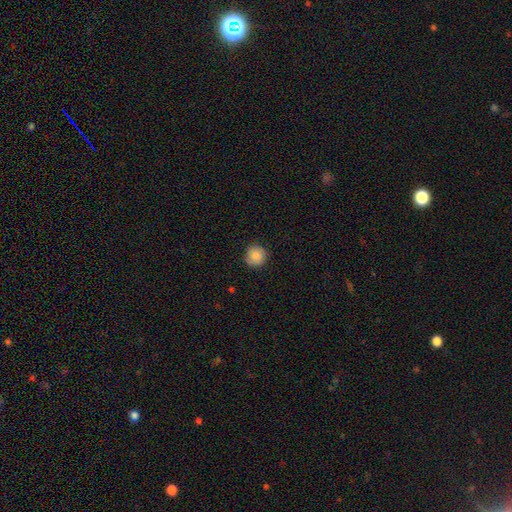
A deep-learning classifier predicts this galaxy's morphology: Smooth or featured? Predicted: smooth (p=0.87). How rounded? Predicted: round (p=0.93). Merging? Predicted: none (p=0.87).